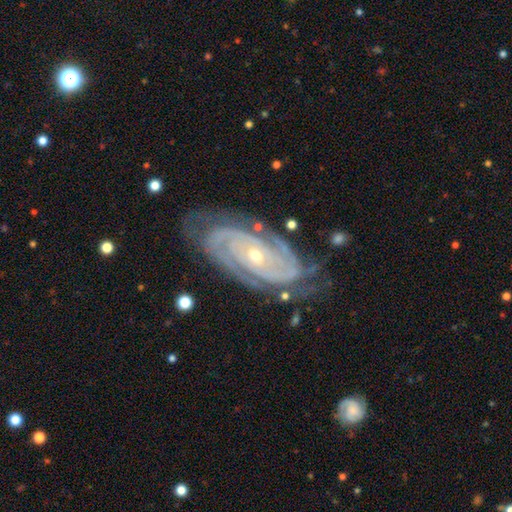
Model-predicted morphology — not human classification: smooth-or-featured: featured or disk: 92% | star or artifact: 5% | smooth: 3%
  disk-edge-on: no: 96% | yes: 4%
    bar: no: 69% | weak: 20% | strong: 11%
    has-spiral-arms: yes: 98% | no: 2%
      spiral-winding: tight: 81% | medium: 17% | loose: 3%
      spiral-arm-count: 2: 47% | 3: 22% | can't tell: 13% | 4: 9% | more than 4: 5% | 1: 4%
    bulge-size: small: 61% | moderate: 36% | large: 1% | none: 1% | dominant: 1%
  merging: none: 72% | minor disturbance: 19% | major disturbance: 7% | merger: 2%